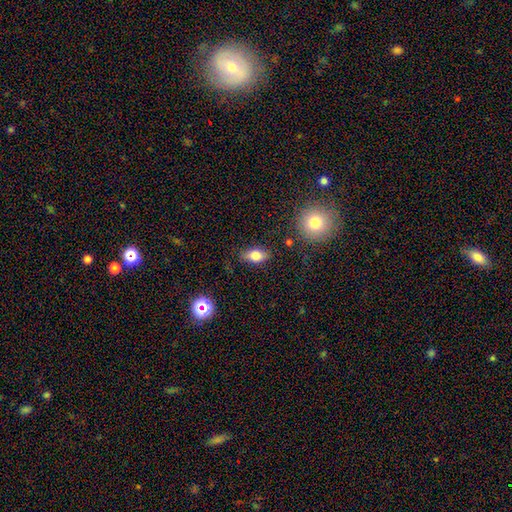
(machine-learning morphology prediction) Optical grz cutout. It shows a smooth galaxy with no disk features (75%) that is in between round and cigar-shaped (85%). Merging: none (83%).